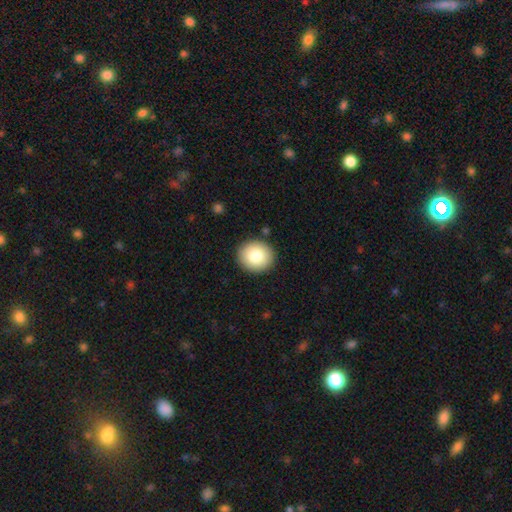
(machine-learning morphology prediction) smooth_or_featured: smooth (p=0.81) [alt: featured or disk p=0.10]
how_rounded: round (p=0.79) [alt: in between p=0.20]
merging: none (p=0.90) [alt: minor disturbance p=0.07]